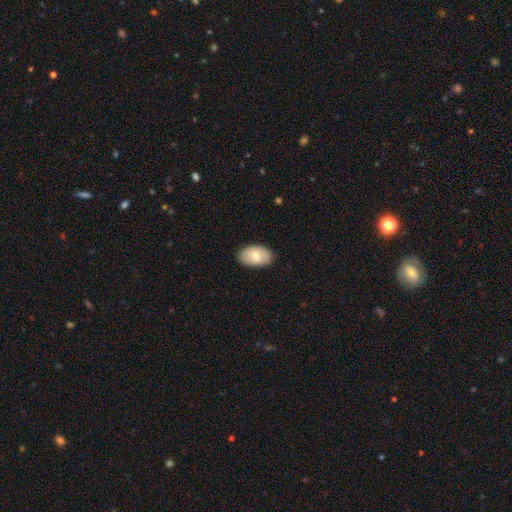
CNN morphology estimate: Q: Smooth or featured?
A: smooth (73%); runner-up: featured or disk (20%)
Q: How rounded?
A: in between (93%); runner-up: round (6%)
Q: Merging?
A: none (87%); runner-up: minor disturbance (10%)